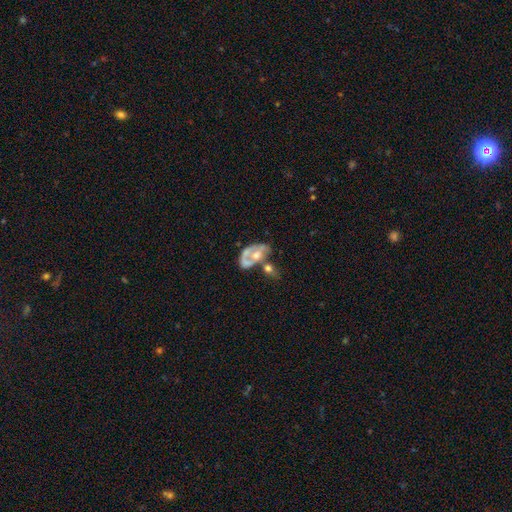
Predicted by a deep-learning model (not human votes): A featured or disk galaxy (63%) with no bar (78%), no spiral arms (58%) and a moderate central bulge (60%). Merging: merger (45%).